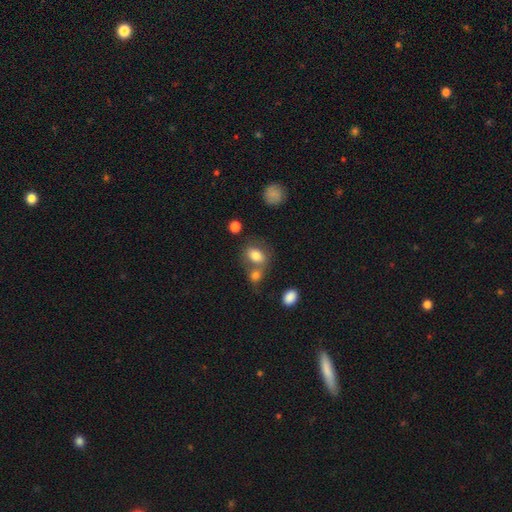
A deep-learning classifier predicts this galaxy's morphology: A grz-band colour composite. It shows a smooth galaxy with no disk features (78%) that is in between round and cigar-shaped (73%). Merging: none (44%).